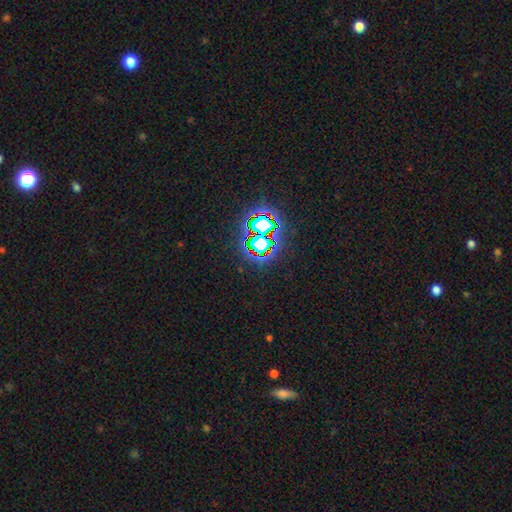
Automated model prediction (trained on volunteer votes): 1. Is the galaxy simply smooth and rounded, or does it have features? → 80% star or artifact, 13% smooth, 7% featured or disk.